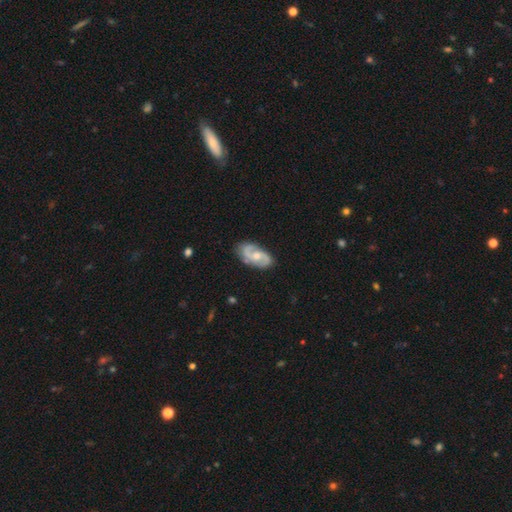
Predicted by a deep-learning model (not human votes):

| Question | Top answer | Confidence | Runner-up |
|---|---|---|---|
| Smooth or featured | featured or disk | 84% | smooth (12%) |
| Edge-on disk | no | 97% | yes (3%) |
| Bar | no | 52% | weak (40%) |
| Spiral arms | yes | 96% | no (4%) |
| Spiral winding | medium | 52% | loose (25%) |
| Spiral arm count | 2 | 90% | can't tell (4%) |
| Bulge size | moderate | 56% | small (35%) |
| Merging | none | 79% | minor disturbance (16%) |